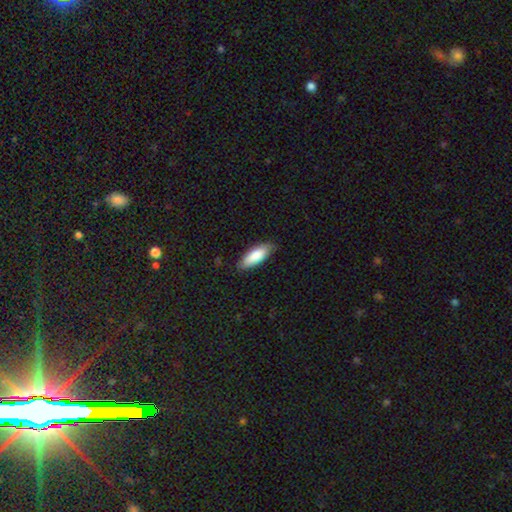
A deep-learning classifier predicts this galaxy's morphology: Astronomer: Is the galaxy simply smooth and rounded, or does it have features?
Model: smooth — 84%.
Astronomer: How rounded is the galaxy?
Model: in between — 69%.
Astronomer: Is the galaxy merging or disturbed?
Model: none — 82%.